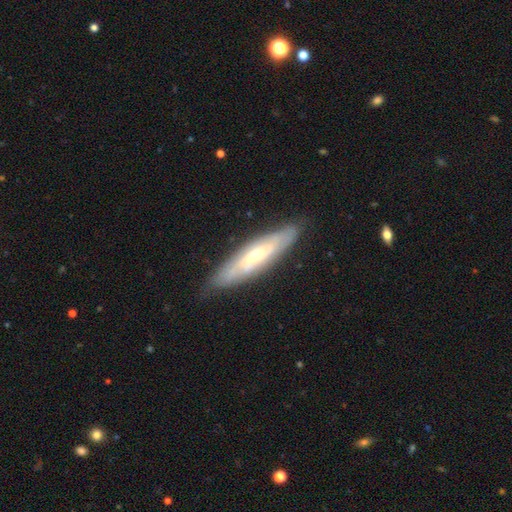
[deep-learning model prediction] This appears to be a featured or disk galaxy (61%) with not edge-on (50%, tied with yes). Merging: none (83%).